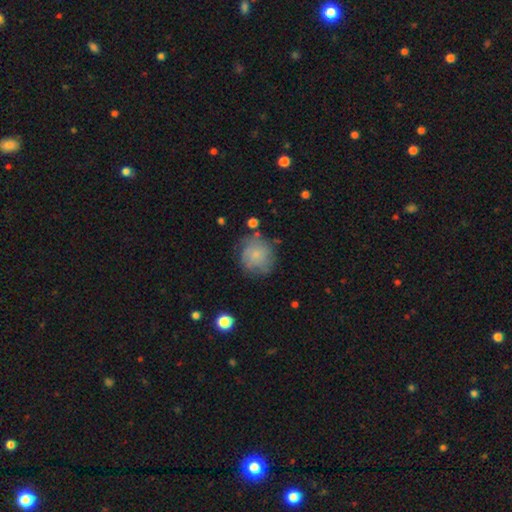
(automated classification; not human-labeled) This is likely a smooth galaxy (65%). How rounded: clearly round (83%). Merging: likely none (62%).